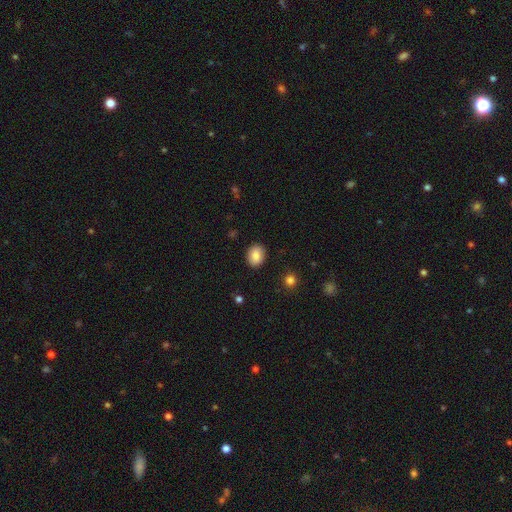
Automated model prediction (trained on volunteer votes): smooth 87%, star or artifact 8%, featured or disk 5%. Down the decision tree: how rounded — in between (54%); merging — none (89%).